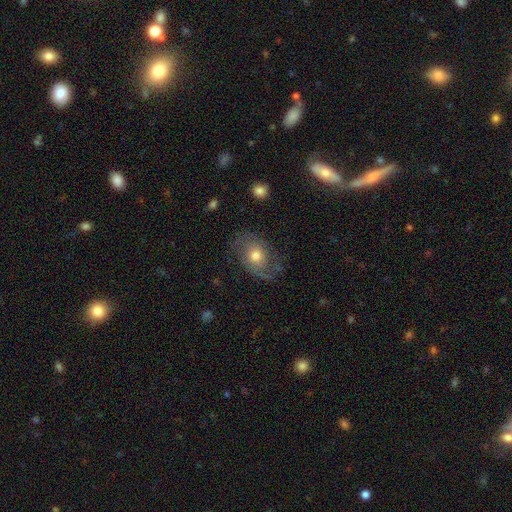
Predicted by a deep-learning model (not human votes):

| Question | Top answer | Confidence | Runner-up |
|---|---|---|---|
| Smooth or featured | featured or disk | 56% | smooth (36%) |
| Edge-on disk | no | 95% | yes (5%) |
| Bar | no | 77% | weak (20%) |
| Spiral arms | yes | 79% | no (21%) |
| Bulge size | moderate | 72% | small (16%) |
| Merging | none | 65% | minor disturbance (20%) |